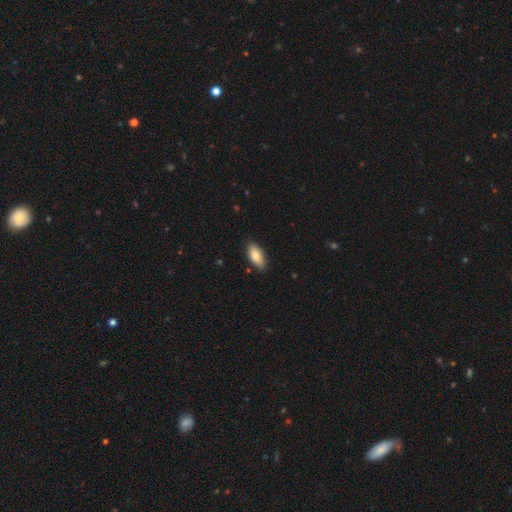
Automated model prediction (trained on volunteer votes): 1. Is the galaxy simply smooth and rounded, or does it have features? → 85% smooth, 9% featured or disk, 6% star or artifact.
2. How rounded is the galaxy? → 90% in between, 8% cigar-shaped, 2% round.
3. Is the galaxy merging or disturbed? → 84% none, 13% minor disturbance, 2% major disturbance, 1% merger.